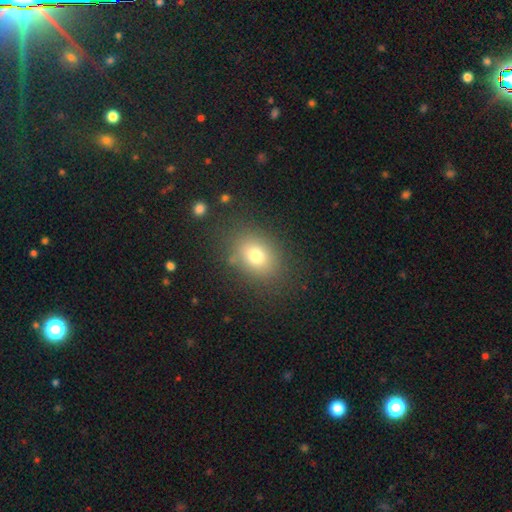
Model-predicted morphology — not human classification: Smooth or featured: smooth — 75% (star or artifact — 13%)
How rounded: in between — 58% (round — 41%)
Merging: none — 81% (minor disturbance — 11%)